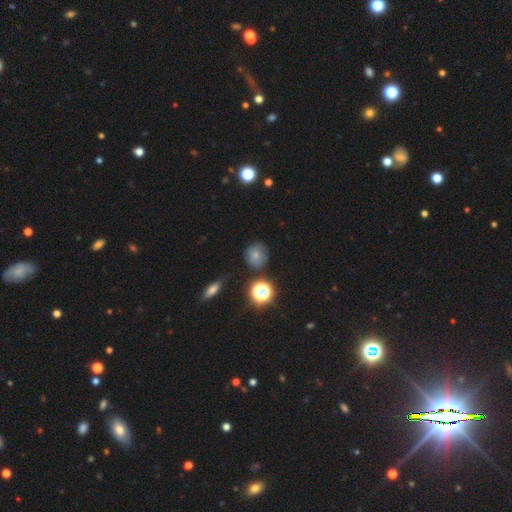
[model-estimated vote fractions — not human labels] Smooth or featured?
  - smooth: 63% *
  - star or artifact: 19%
  - featured or disk: 18%
How rounded?
  - round: 84% *
  - in between: 15%
  - cigar-shaped: 1%
Merging?
  - none: 71% *
  - minor disturbance: 20%
  - major disturbance: 6%
  - merger: 4%